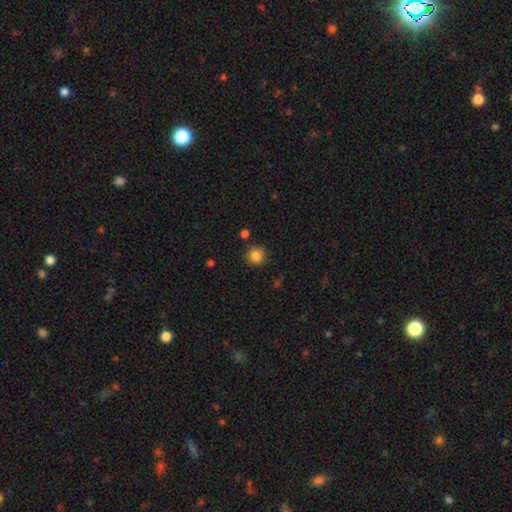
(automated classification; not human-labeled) This is clearly a smooth galaxy (84%). How rounded: clearly round (94%). Merging: clearly none (89%).